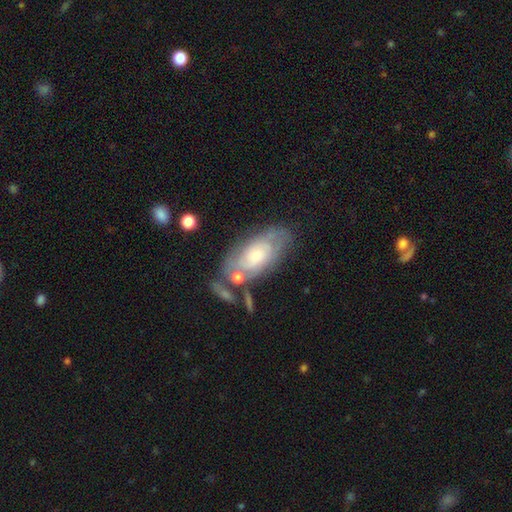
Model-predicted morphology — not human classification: type=featured or disk (66%); edge-on=no (92%); bar=no (78%); spiral arms=yes (77%); bulge=small (63%); merging=none (57%).